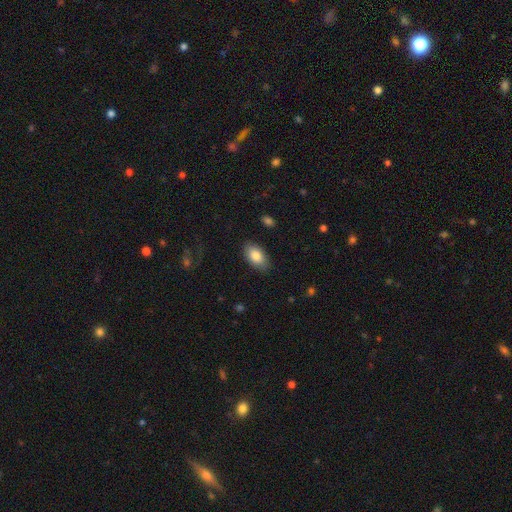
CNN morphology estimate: This appears to be a smooth galaxy with no disk features (84%) that is in between round and cigar-shaped (94%). Merging: none (86%).